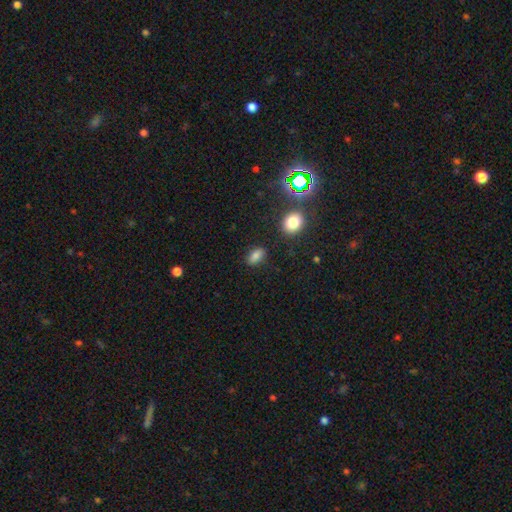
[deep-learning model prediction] Smooth or featured? Predicted: smooth (p=0.82). How rounded? Predicted: in between (p=0.87). Merging? Predicted: none (p=0.83).